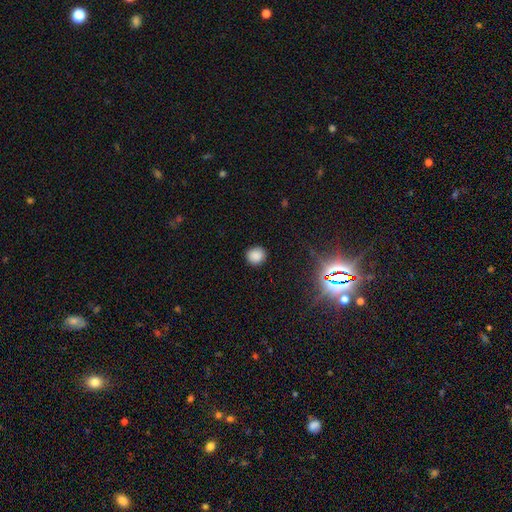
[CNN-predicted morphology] This is clearly a smooth galaxy (84%). How rounded: clearly round (86%). Merging: clearly none (90%).